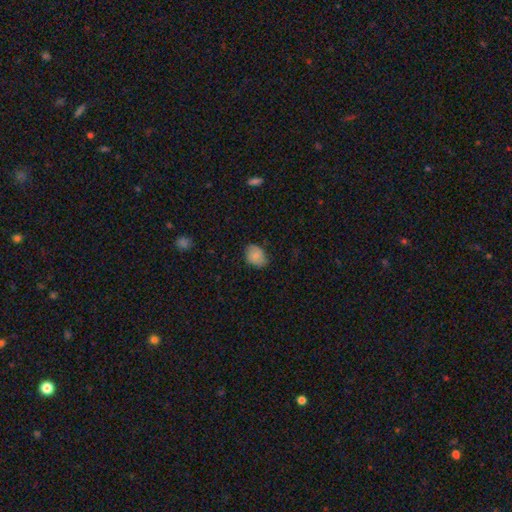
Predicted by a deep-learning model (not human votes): A smooth galaxy with no disk features (82%) that is in between round and cigar-shaped (67%).

Vote fractions:
- Smooth or featured? smooth: 82% / featured or disk: 10% / star or artifact: 8%
- How rounded? in between: 67% / round: 32% / cigar-shaped: 1%
- Merging? none: 73% / minor disturbance: 22% / major disturbance: 4% / merger: 1%